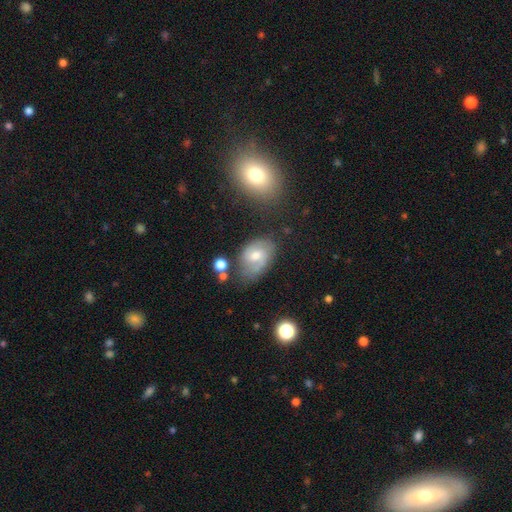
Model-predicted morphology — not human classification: This appears to be a featured or disk galaxy (53%) with a weak bar (46%, tied with no), spiral arms (81%) and a moderate central bulge (64%). Merging: none (59%).